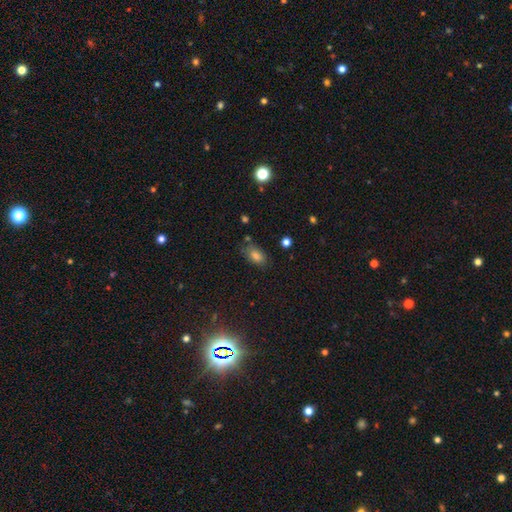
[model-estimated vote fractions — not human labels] The model was most divided on "merging": none: 72%, minor disturbance: 19%, major disturbance: 5%, merger: 4%. More confident: how rounded — in between (85%); smooth or featured — smooth (73%).